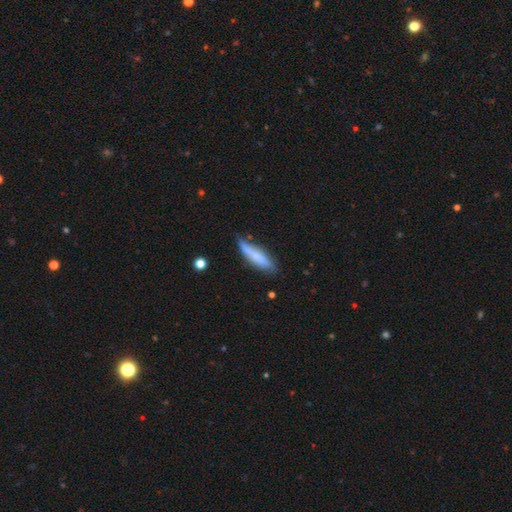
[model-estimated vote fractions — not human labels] This is likely a smooth galaxy (65%). How rounded: likely cigar-shaped (74%). Merging: likely none (64%).